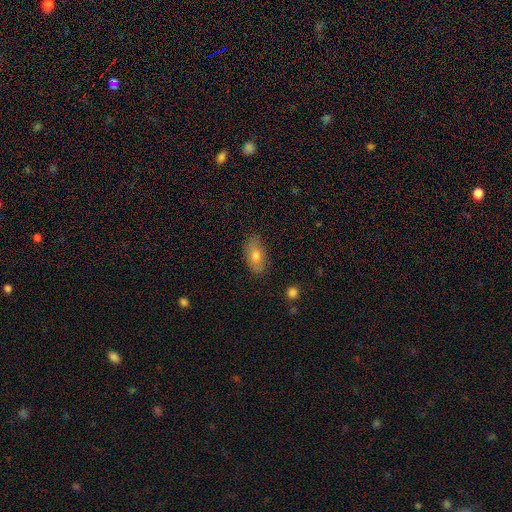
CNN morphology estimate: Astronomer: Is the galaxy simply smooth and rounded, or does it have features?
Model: smooth — 70%.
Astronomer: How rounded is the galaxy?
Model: in between — 89%.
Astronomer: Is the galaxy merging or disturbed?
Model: none — 82%.